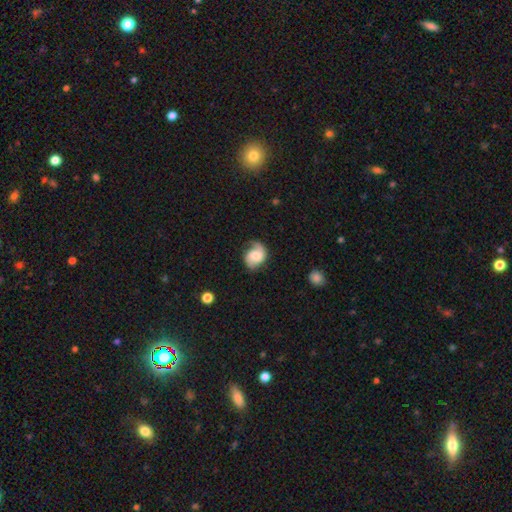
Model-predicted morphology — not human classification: A featured or disk galaxy (62%) with no bar (61%), 2 (59%) medium (42%) spiral arms (93%) and a moderate central bulge (41%).

Vote fractions:
- Smooth or featured? featured or disk: 62% / smooth: 30% / star or artifact: 7%
- Edge-on disk? no: 98% / yes: 2%
- Bar? no: 61% / weak: 32% / strong: 7%
- Spiral arms? yes: 93% / no: 7%
- Spiral winding? medium: 42% / loose: 34% / tight: 25%
- Spiral arm count? 2: 59% / 1: 33% / can't tell: 5% / 3: 1% / 4: 1% / more than 4: 1%
- Bulge size? moderate: 41% / small: 29% / large: 16% / none: 11% / dominant: 3%
- Merging? none: 58% / minor disturbance: 26% / major disturbance: 14% / merger: 2%